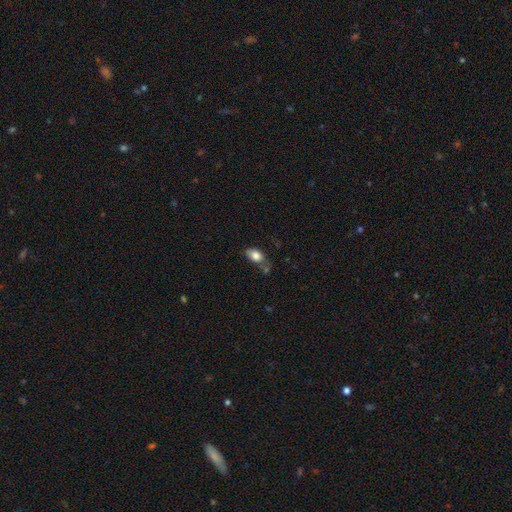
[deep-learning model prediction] This appears to be a smooth galaxy with no disk features (82%) that is in between round and cigar-shaped (88%). Merging: none (47%).